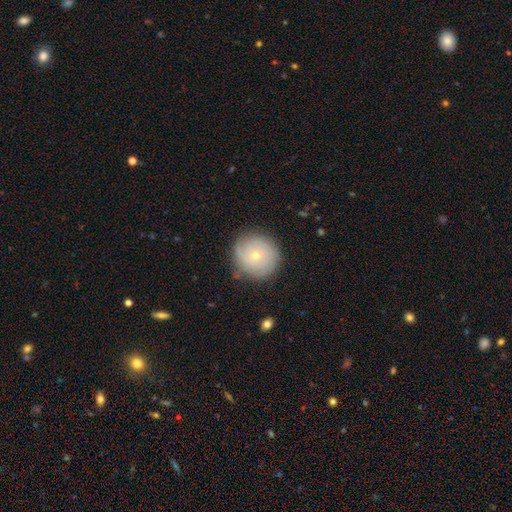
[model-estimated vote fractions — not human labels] The model was most divided on "smooth or featured": smooth: 46%, featured or disk: 45%, star or artifact: 9%. More confident: merging — none (81%).